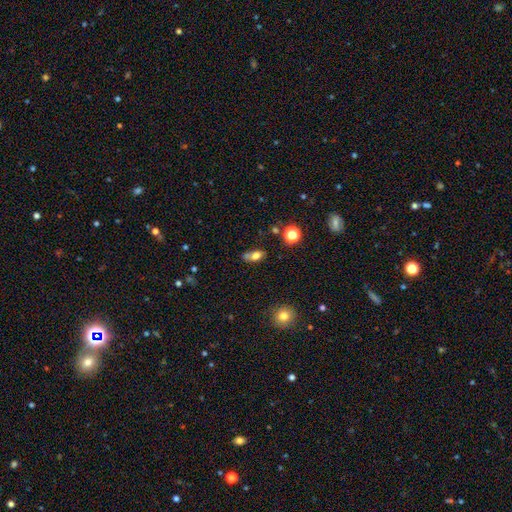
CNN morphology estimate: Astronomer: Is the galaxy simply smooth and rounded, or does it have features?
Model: smooth — 74%.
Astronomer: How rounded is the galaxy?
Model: in between — 79%.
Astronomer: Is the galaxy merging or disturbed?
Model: none — 48% (runner-up: merger, 27%).